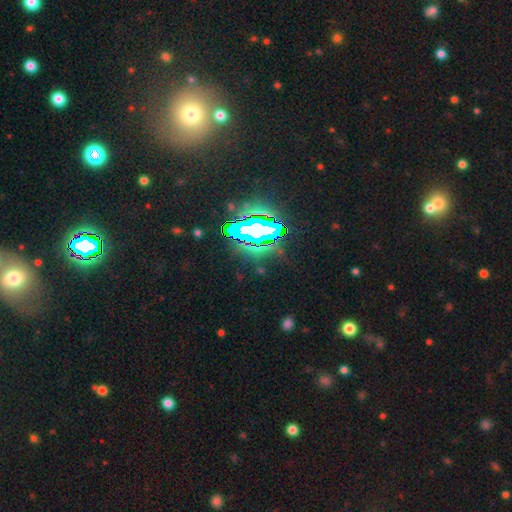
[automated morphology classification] A star or artifact, not a galaxy (75%).